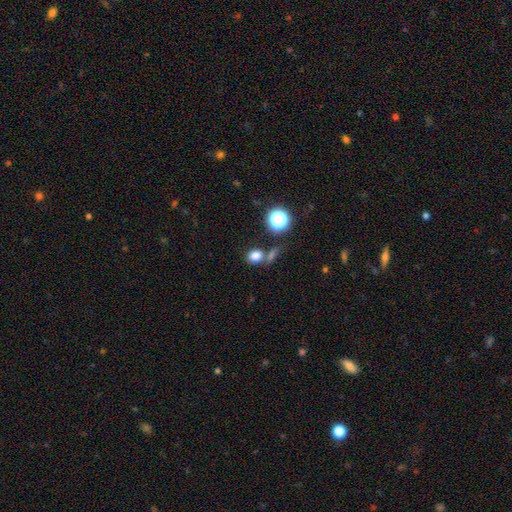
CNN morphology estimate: smooth_or_featured: smooth (p=0.77) [alt: star or artifact p=0.16]
how_rounded: round (p=0.56) [alt: in between p=0.42]
merging: none (p=0.61) [alt: merger p=0.23]